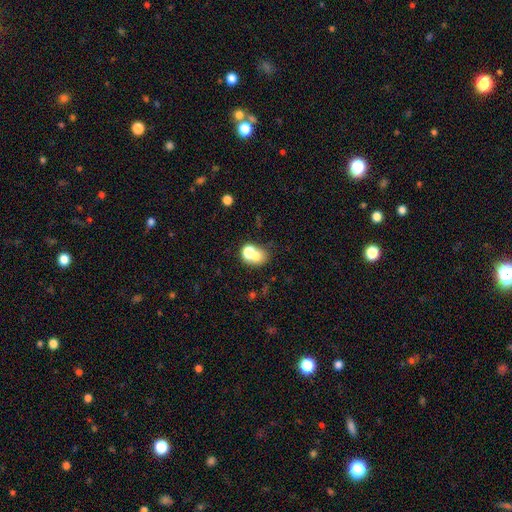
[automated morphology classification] Smooth or featured? smooth (69%)
How rounded? round (61%)
Merging? merger (51%)